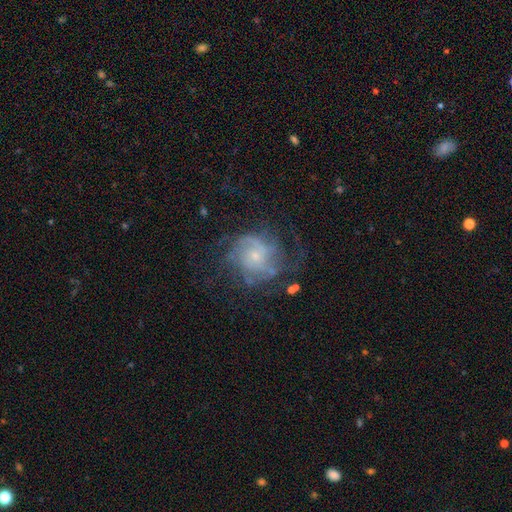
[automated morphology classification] Smooth or featured? featured or disk (76%)
Edge-on disk? no (98%)
Bar? no (73%)
Spiral arms? yes (87%)
Spiral winding? medium (41%)
Spiral arm count? can't tell (37%)
Bulge size? small (68%)
Merging? none (58%)